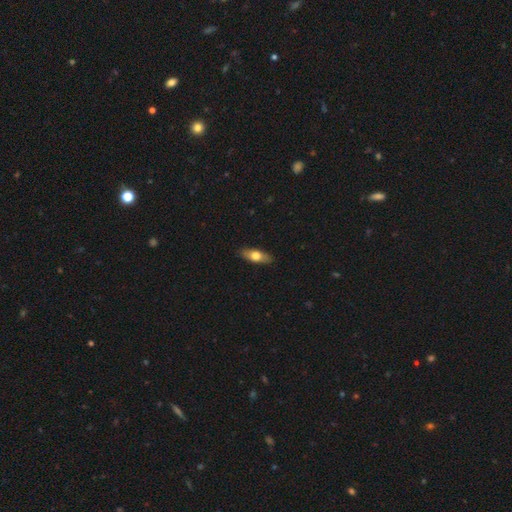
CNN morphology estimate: type=smooth (64%); roundness=in between (69%); merging=none (88%).